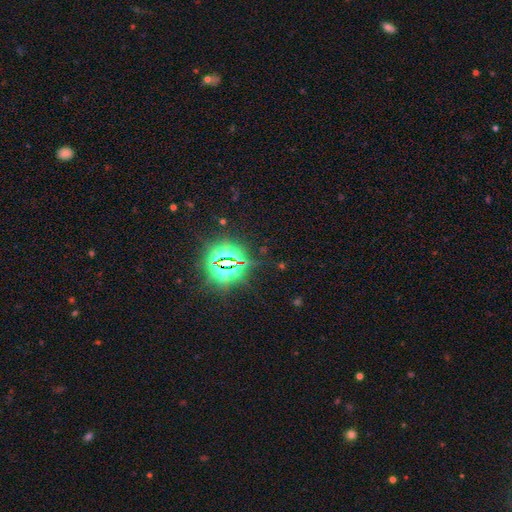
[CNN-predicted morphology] Smooth or featured: star or artifact — 86% (smooth — 9%)